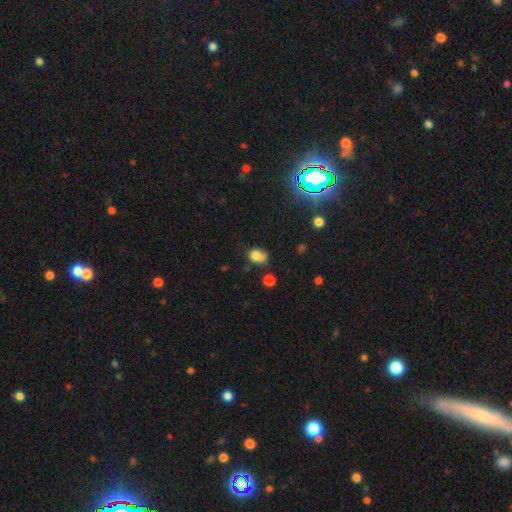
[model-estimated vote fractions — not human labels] A smooth galaxy with no disk features (74%) that is in between round and cigar-shaped (57%). Merging: none (39%).